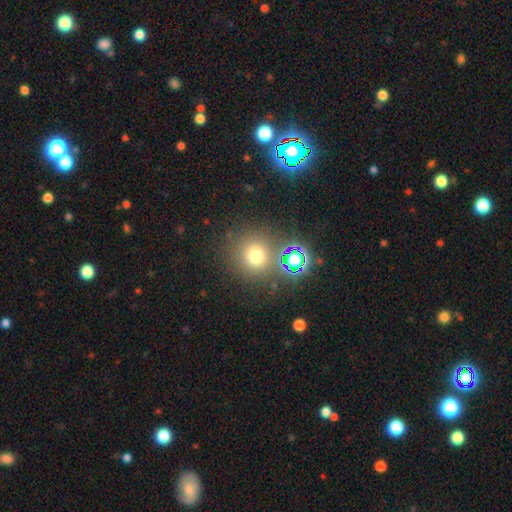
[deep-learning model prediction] Overall: smooth (68%). How rounded: round (91%). Merging: none (77%).